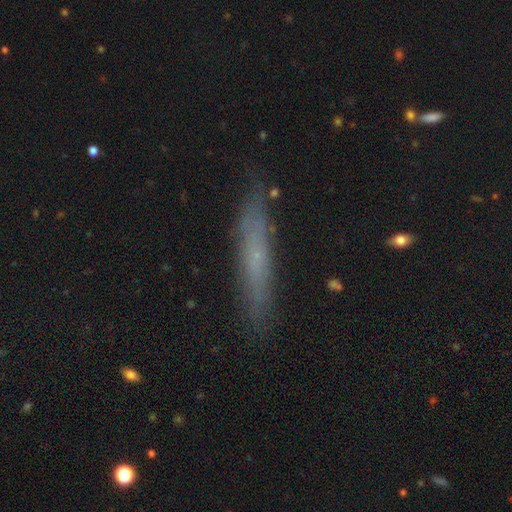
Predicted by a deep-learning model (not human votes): A smooth galaxy with no disk features (52%) that is cigar-shaped (90%).

Vote fractions:
- Smooth or featured? smooth: 52% / featured or disk: 38% / star or artifact: 11%
- How rounded? cigar-shaped: 90% / in between: 8% / round: 2%
- Merging? none: 86% / minor disturbance: 11% / major disturbance: 2% / merger: 1%